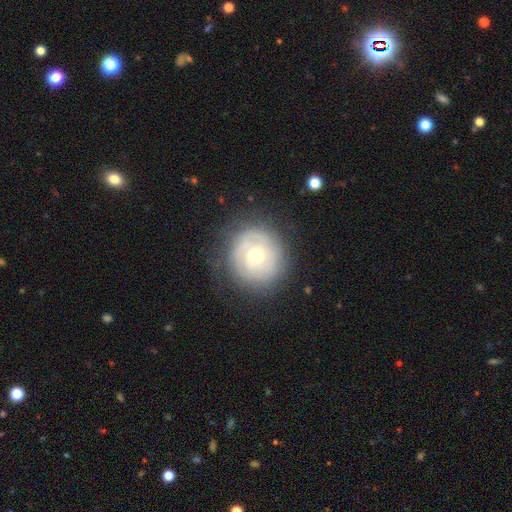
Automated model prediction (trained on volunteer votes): featured or disk 70%, smooth 23%, star or artifact 7%. Down the decision tree: edge-on disk — no (97%); bar — no (72%); spiral arms — yes (80%); spiral arm count — can't tell (40%); spiral winding — tight (74%); bulge size — moderate (74%); merging — none (78%).